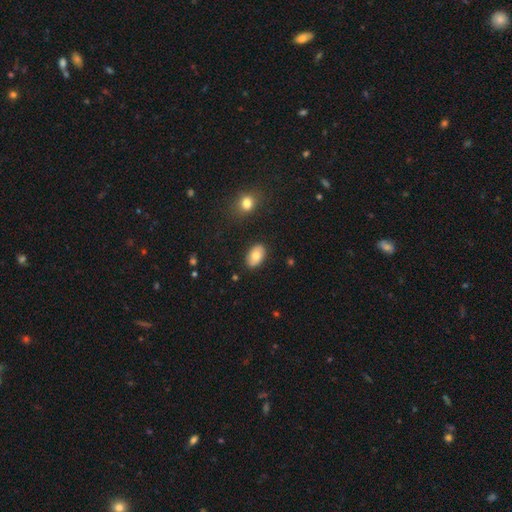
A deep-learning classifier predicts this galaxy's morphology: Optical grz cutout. It shows a smooth galaxy with no disk features (75%) that is in between round and cigar-shaped (90%). Merging: none (87%).